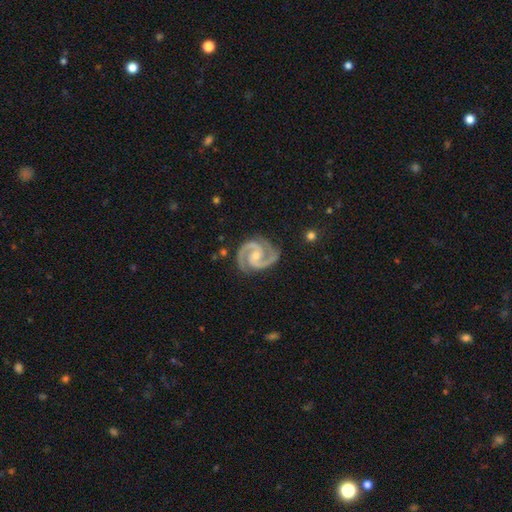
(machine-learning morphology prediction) type=featured or disk (94%); edge-on=no (98%); bar=no (50%); spiral arms=yes (99%); winding=medium (54%); arm count=2 (93%); bulge=small (56%); merging=none (83%).